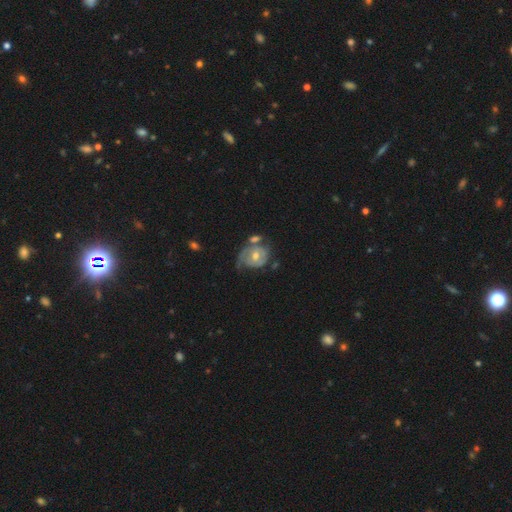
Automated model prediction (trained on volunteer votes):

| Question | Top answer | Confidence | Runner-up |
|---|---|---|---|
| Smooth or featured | featured or disk | 70% | smooth (23%) |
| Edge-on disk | no | 97% | yes (3%) |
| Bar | no | 67% | weak (27%) |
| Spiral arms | yes | 78% | no (22%) |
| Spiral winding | tight | 57% | medium (29%) |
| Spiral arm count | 2 | 42% | 1 (28%) |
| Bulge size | moderate | 70% | small (24%) |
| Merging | none | 40% | minor disturbance (24%) |